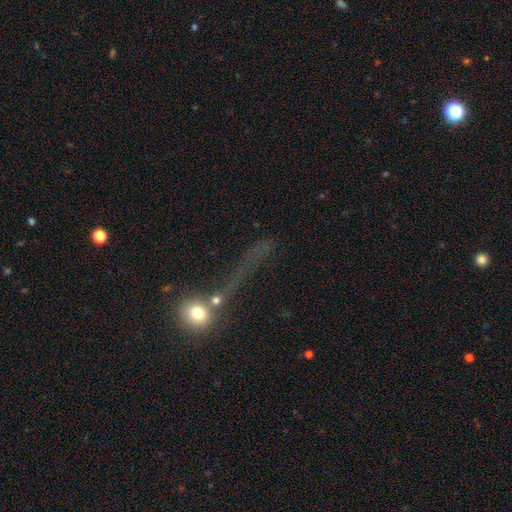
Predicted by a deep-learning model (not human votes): The model was most divided on "smooth or featured": smooth: 39%, star or artifact: 37%, featured or disk: 24%. Remaining: merging — none (44%).